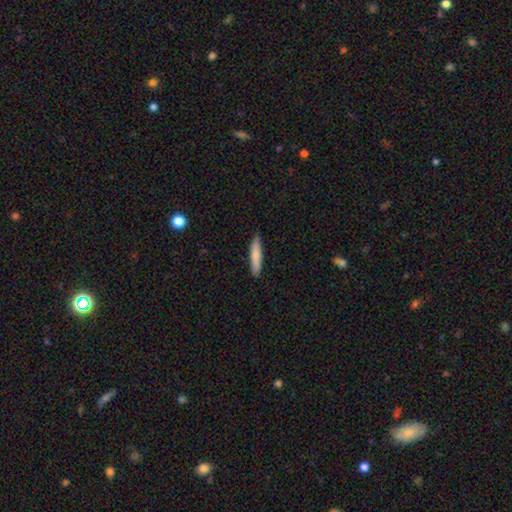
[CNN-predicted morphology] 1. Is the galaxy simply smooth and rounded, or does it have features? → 79% smooth, 16% featured or disk, 6% star or artifact.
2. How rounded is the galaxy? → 87% cigar-shaped, 12% in between, 1% round.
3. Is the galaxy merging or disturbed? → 87% none, 11% minor disturbance, 2% major disturbance, 1% merger.